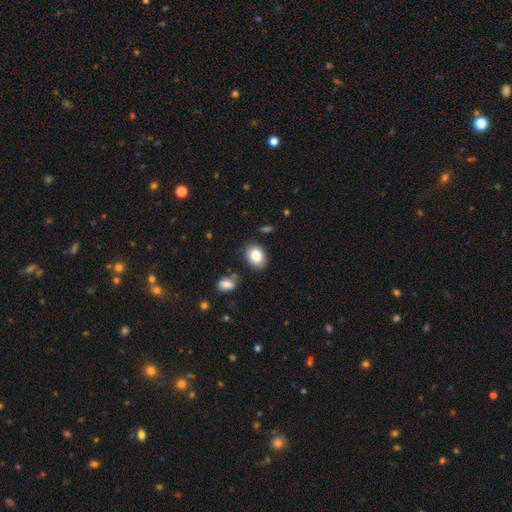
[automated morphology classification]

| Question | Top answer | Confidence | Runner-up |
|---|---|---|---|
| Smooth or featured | smooth | 86% | star or artifact (8%) |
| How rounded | in between | 76% | round (23%) |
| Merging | none | 78% | minor disturbance (15%) |